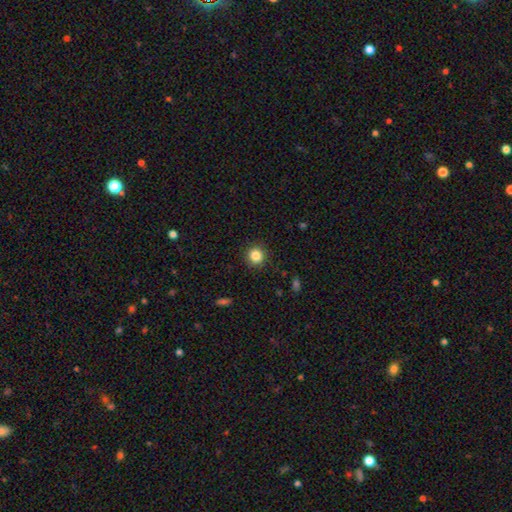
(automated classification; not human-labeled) Overall: smooth (85%). How rounded: round (91%). Merging: none (91%).